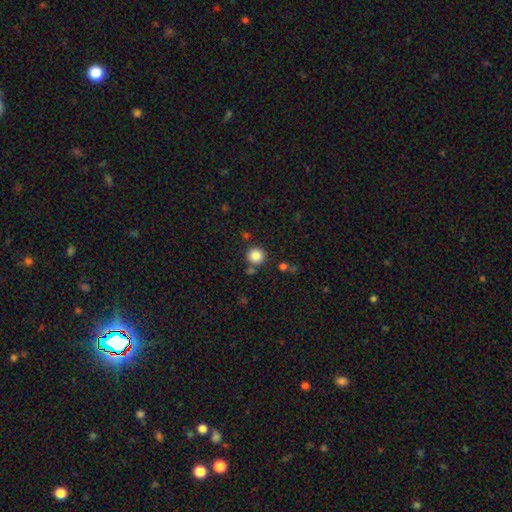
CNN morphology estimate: Overall: smooth (86%). How rounded: round (94%). Merging: none (84%).